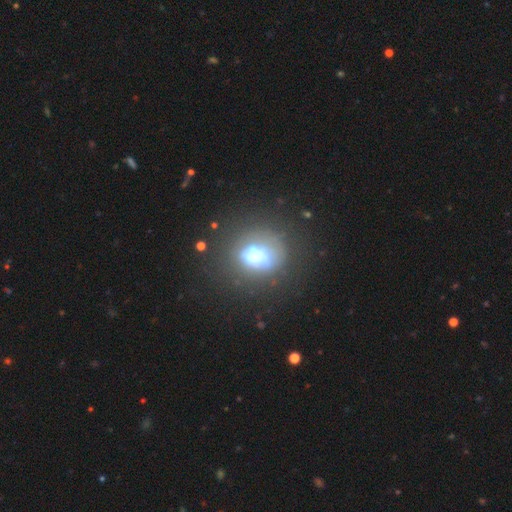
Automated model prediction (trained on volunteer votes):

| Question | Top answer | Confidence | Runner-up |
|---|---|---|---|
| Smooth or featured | smooth | 43% | featured or disk (39%) |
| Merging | none | 43% | major disturbance (24%) |